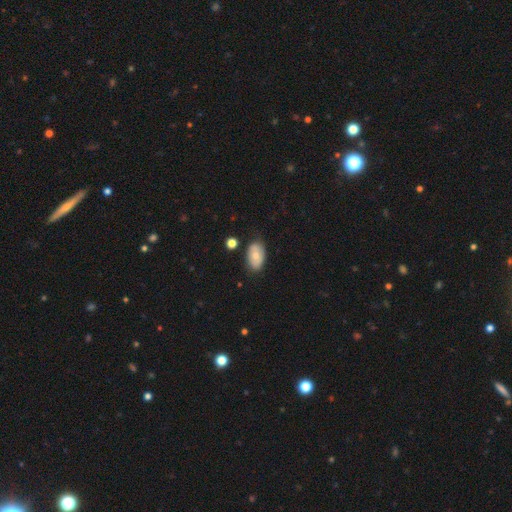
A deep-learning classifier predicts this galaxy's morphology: type=smooth (64%); roundness=in between (91%); merging=none (73%).